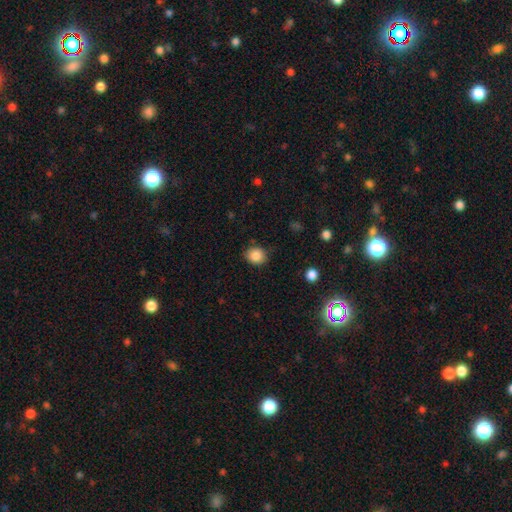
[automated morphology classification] smooth-or-featured: smooth: 86% | star or artifact: 10% | featured or disk: 4%
  how-rounded: round: 75% | in between: 24% | cigar-shaped: 1%
  merging: none: 84% | minor disturbance: 12% | major disturbance: 3% | merger: 2%